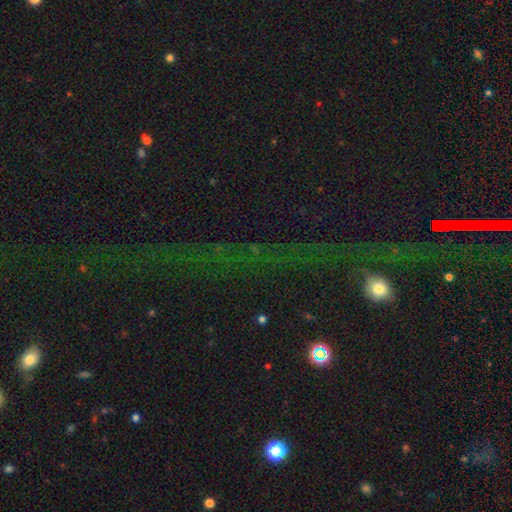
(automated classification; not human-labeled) The model was most divided on "smooth or featured": star or artifact: 72%, smooth: 14%, featured or disk: 13%.